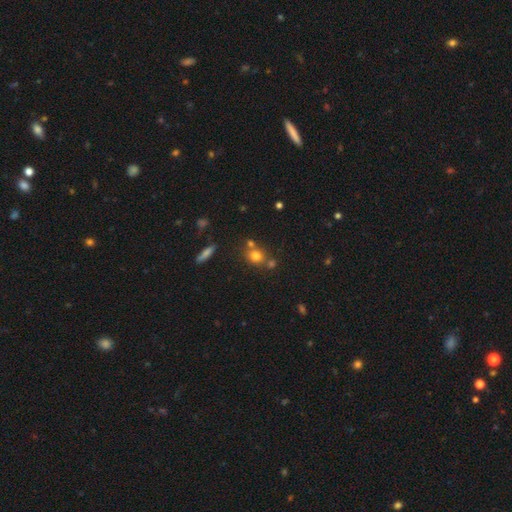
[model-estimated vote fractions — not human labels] Morphology: type=smooth (75%); roundness=round (76%); merging=none (60%).